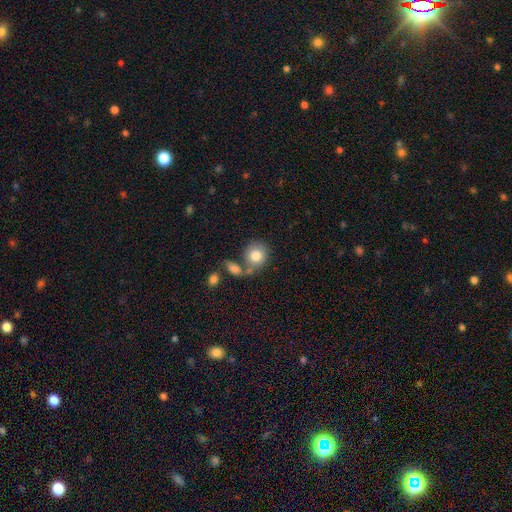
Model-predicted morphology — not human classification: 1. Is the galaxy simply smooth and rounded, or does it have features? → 80% smooth, 13% featured or disk, 8% star or artifact.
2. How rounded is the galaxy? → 76% round, 23% in between, 1% cigar-shaped.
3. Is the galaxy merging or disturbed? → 50% none, 28% merger, 15% minor disturbance, 7% major disturbance.